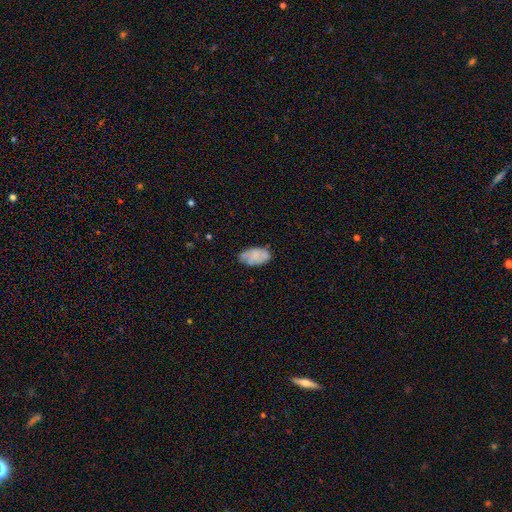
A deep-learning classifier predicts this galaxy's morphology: This is likely a smooth galaxy (65%). How rounded: clearly in between (94%). Merging: likely none (63%).